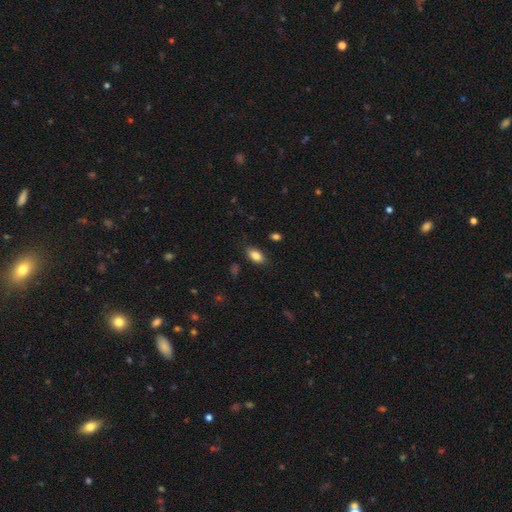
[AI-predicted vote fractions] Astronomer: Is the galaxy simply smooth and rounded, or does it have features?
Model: smooth — 85%.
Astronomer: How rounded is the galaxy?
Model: in between — 91%.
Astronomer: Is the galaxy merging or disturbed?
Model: none — 84%.